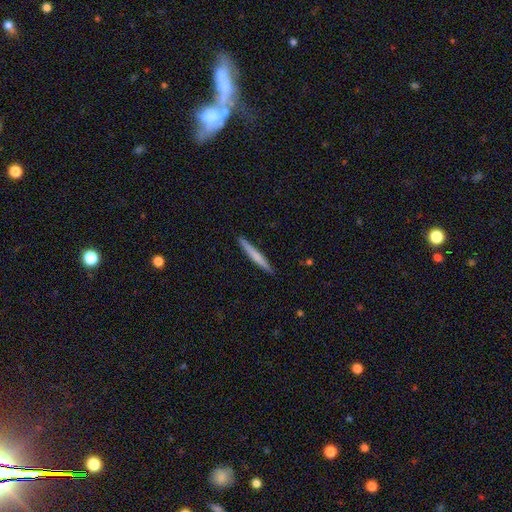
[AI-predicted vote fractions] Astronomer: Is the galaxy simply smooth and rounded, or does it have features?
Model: smooth — 61%.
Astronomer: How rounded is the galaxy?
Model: cigar-shaped — 96%.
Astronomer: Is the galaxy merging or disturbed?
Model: none — 91%.